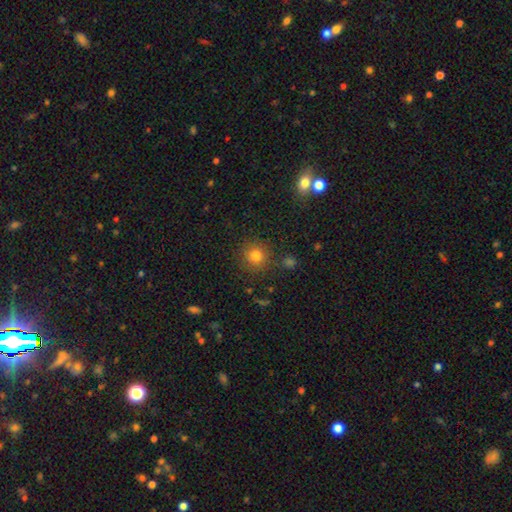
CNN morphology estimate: Smooth or featured? Predicted: smooth (p=0.80). How rounded? Predicted: round (p=0.93). Merging? Predicted: none (p=0.85).